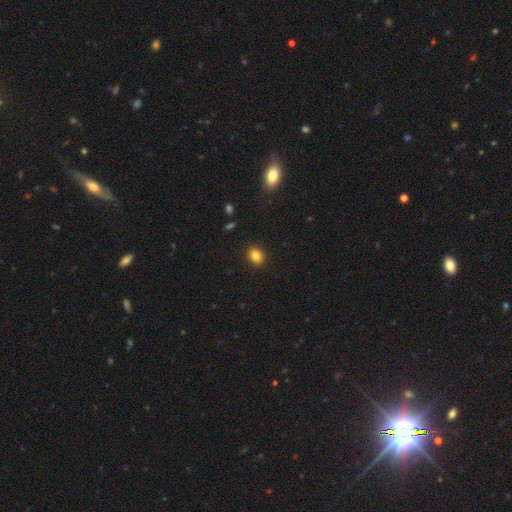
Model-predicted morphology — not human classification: smooth_or_featured: smooth (p=0.84) [alt: star or artifact p=0.10]
how_rounded: in between (p=0.64) [alt: round p=0.35]
merging: none (p=0.89) [alt: minor disturbance p=0.08]